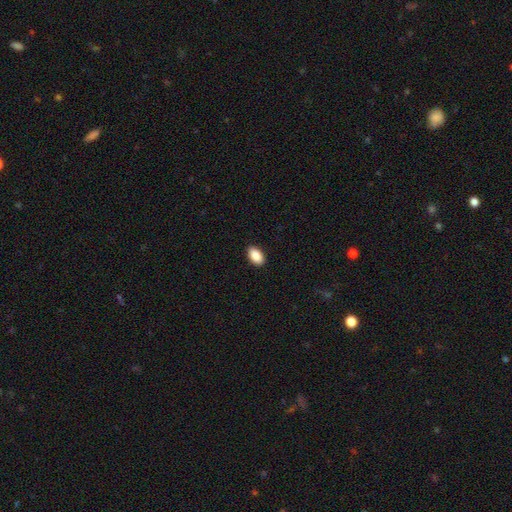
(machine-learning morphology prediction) Smooth or featured?
  - smooth: 89% *
  - star or artifact: 7%
  - featured or disk: 4%
How rounded?
  - in between: 93% *
  - round: 5%
  - cigar-shaped: 2%
Merging?
  - none: 90% *
  - minor disturbance: 7%
  - major disturbance: 2%
  - merger: 1%